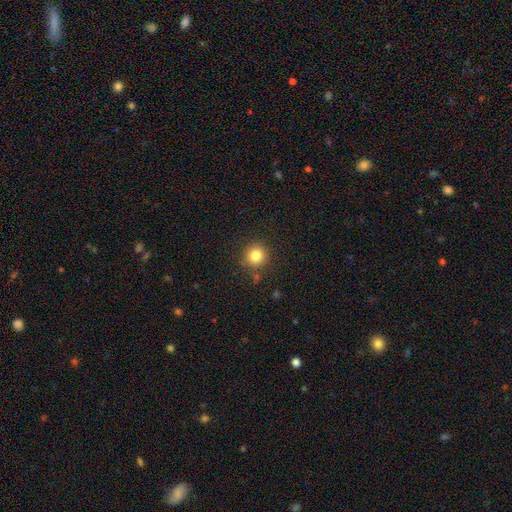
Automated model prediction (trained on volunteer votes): Overall: smooth (83%). How rounded: round (92%). Merging: none (85%).